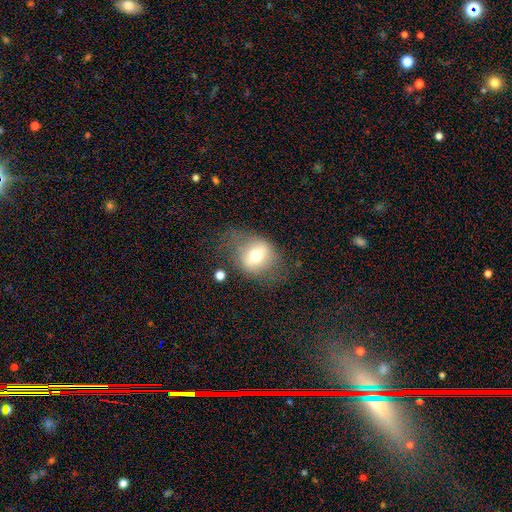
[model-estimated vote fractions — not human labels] Morphology: type=smooth (59%); roundness=round (55%); merging=none (55%).